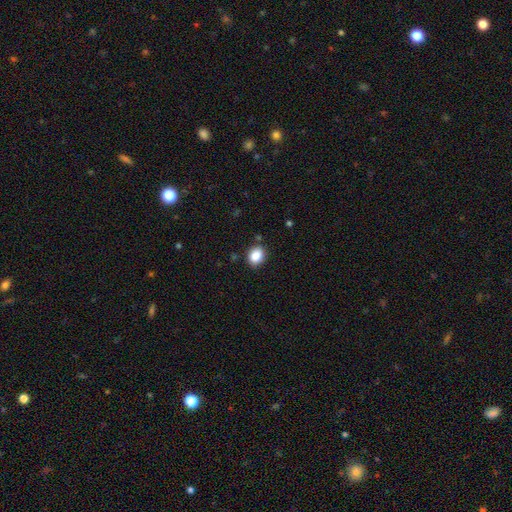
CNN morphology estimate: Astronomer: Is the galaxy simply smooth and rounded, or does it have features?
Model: smooth — 88%.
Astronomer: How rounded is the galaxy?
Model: in between — 56% (runner-up: round, 43%).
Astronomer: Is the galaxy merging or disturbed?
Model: none — 86%.